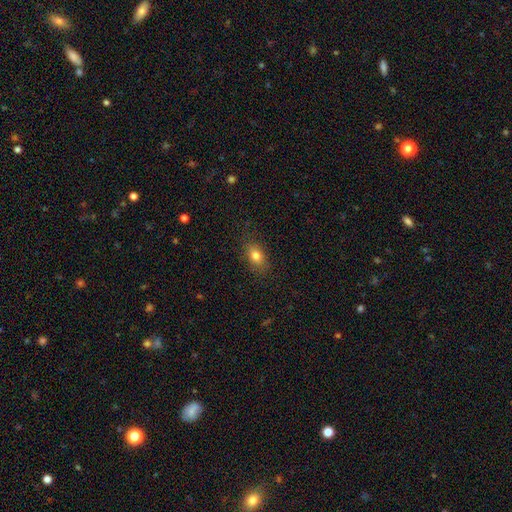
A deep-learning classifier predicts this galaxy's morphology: smooth 81%, star or artifact 10%, featured or disk 9%. Down the decision tree: how rounded — in between (81%); merging — none (83%).